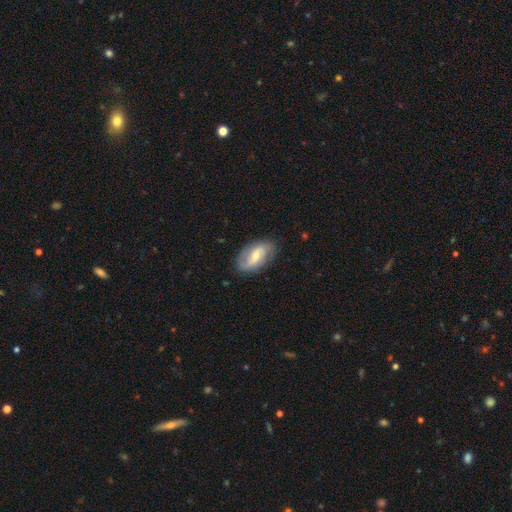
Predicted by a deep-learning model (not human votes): smooth_or_featured: featured or disk (p=0.66) [alt: smooth p=0.28]
disk_edge_on: no (p=0.94) [alt: yes p=0.06]
bar: weak (p=0.49) [alt: strong p=0.29]
has_spiral_arms: yes (p=0.82) [alt: no p=0.18]
spiral_winding: loose (p=0.41) [alt: medium p=0.38]
spiral_arm_count: 2 (p=0.84) [alt: can't tell p=0.10]
bulge_size: moderate (p=0.52) [alt: small p=0.42]
merging: none (p=0.82) [alt: minor disturbance p=0.14]